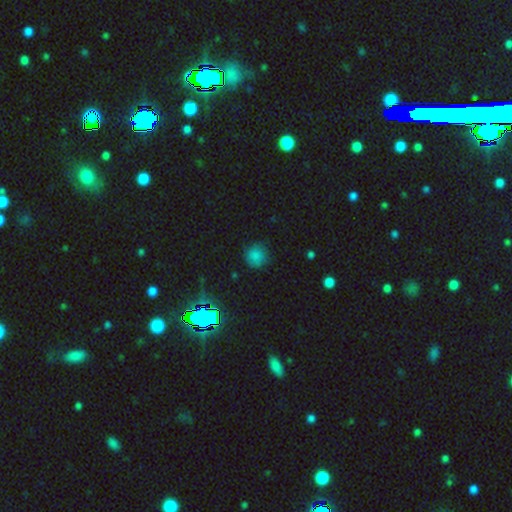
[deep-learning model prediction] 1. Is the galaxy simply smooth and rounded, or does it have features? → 75% smooth, 19% star or artifact, 6% featured or disk.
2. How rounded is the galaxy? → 91% round, 8% in between, 1% cigar-shaped.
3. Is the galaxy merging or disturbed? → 83% none, 12% minor disturbance, 3% major disturbance, 1% merger.